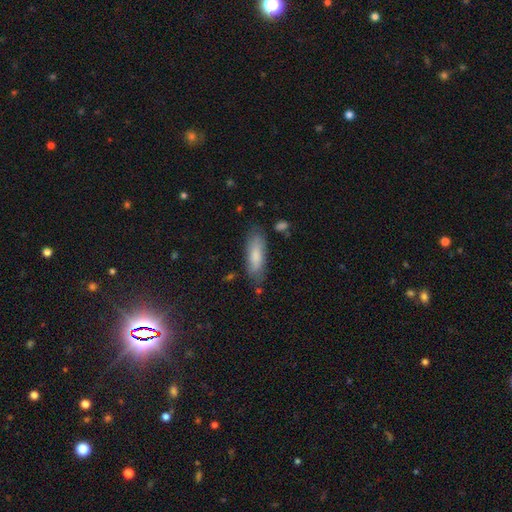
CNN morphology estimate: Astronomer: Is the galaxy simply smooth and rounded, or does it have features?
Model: smooth — 79%.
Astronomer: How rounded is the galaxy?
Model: in between — 54% (runner-up: cigar-shaped, 44%).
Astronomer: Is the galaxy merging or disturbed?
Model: none — 75%.